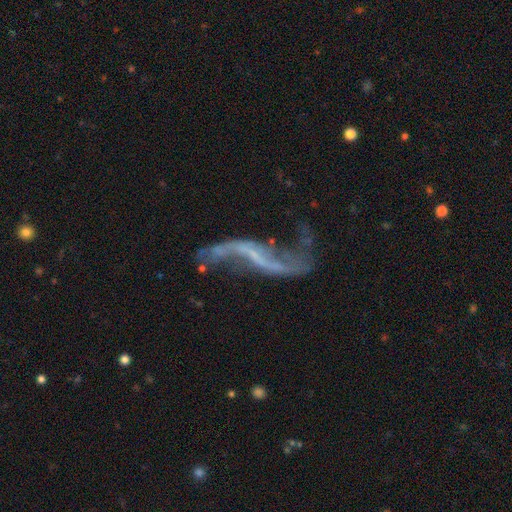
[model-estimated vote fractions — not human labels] This is clearly a featured or disk galaxy (86%). It is clearly not viewed edge-on (90%). Bar: marginally strong (40%). Spiral arm pattern: clearly yes (87%). Spiral arm count: clearly 2 (91%). Spiral winding: clearly loose (95%). Central bulge: possibly none (57%). Merging: possibly none (51%).